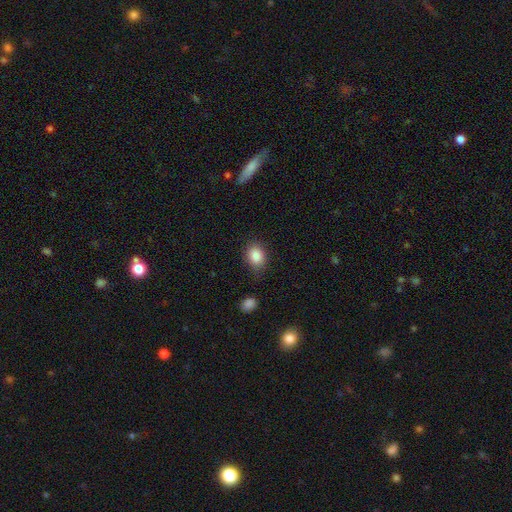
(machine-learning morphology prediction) Q: Smooth or featured?
A: smooth (87%); runner-up: star or artifact (9%)
Q: How rounded?
A: in between (59%); runner-up: round (40%)
Q: Merging?
A: none (77%); runner-up: minor disturbance (16%)